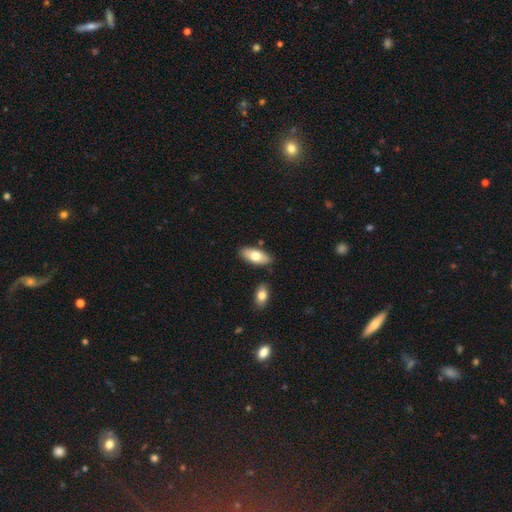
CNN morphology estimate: This is likely a smooth galaxy (74%). How rounded: clearly in between (88%). Merging: clearly none (82%).